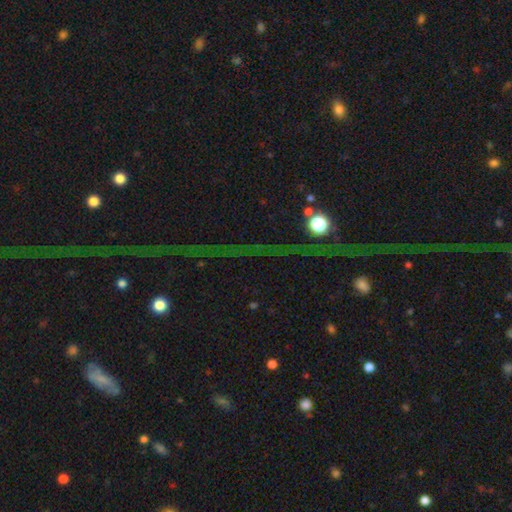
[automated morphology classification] Q: Smooth or featured?
A: star or artifact (74%); runner-up: featured or disk (14%)